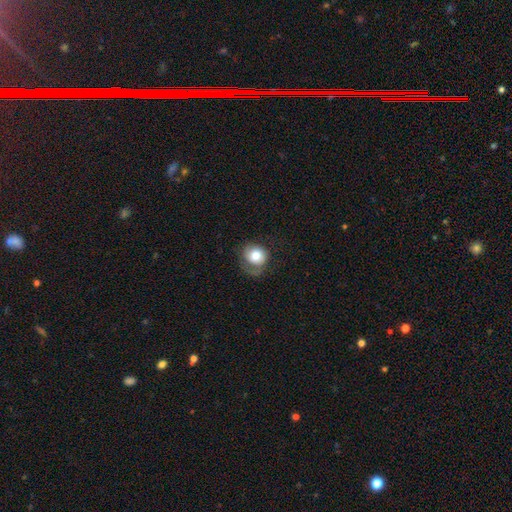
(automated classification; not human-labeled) Morphology: type=smooth (68%); roundness=round (80%); merging=none (48%).